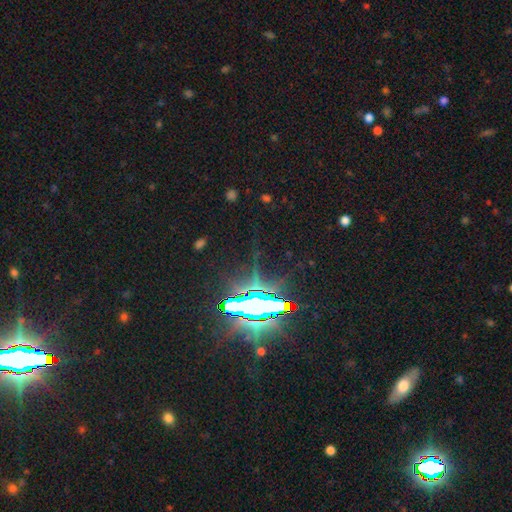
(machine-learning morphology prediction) smooth-or-featured: star or artifact: 85% | featured or disk: 8% | smooth: 8%